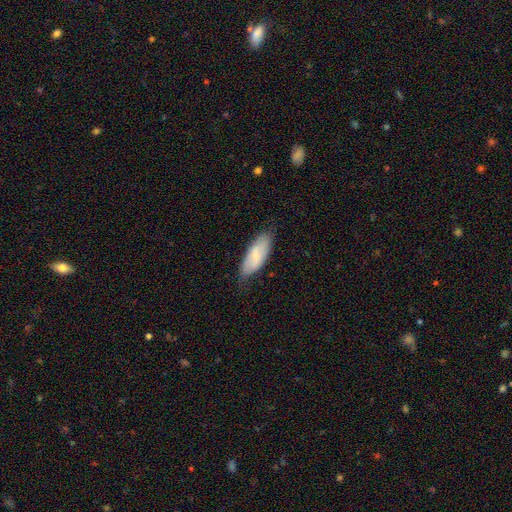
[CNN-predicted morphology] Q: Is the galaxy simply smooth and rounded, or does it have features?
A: smooth — 74%.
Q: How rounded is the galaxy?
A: in between — 77%.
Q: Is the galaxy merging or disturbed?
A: none — 73%.